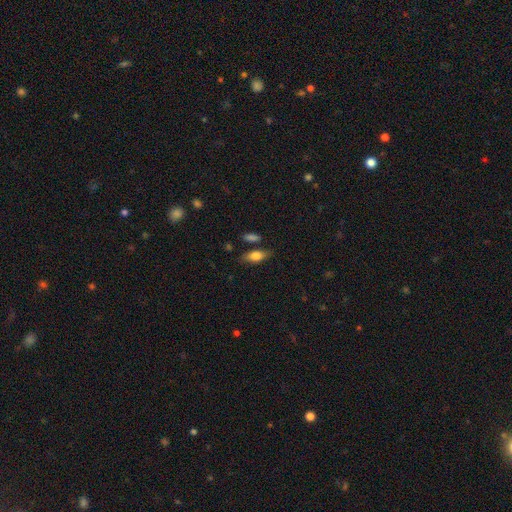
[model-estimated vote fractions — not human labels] Smooth or featured?
  - smooth: 74% *
  - featured or disk: 19%
  - star or artifact: 8%
How rounded?
  - in between: 77% *
  - cigar-shaped: 19%
  - round: 4%
Merging?
  - none: 75% *
  - minor disturbance: 15%
  - merger: 5%
  - major disturbance: 4%